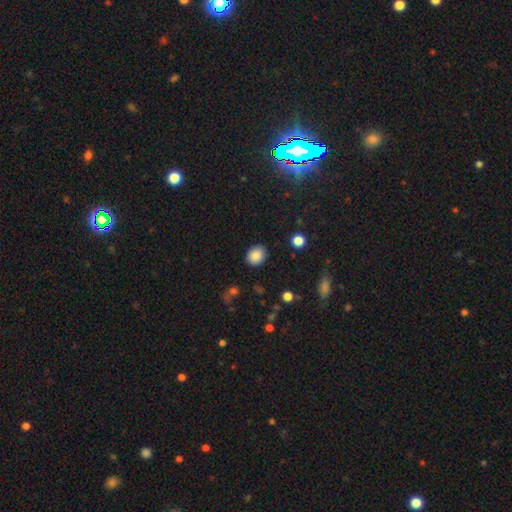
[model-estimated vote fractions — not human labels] Smooth or featured?
  - smooth: 87% *
  - star or artifact: 9%
  - featured or disk: 4%
How rounded?
  - round: 54% *
  - in between: 45%
  - cigar-shaped: 1%
Merging?
  - none: 87% *
  - minor disturbance: 9%
  - major disturbance: 3%
  - merger: 1%